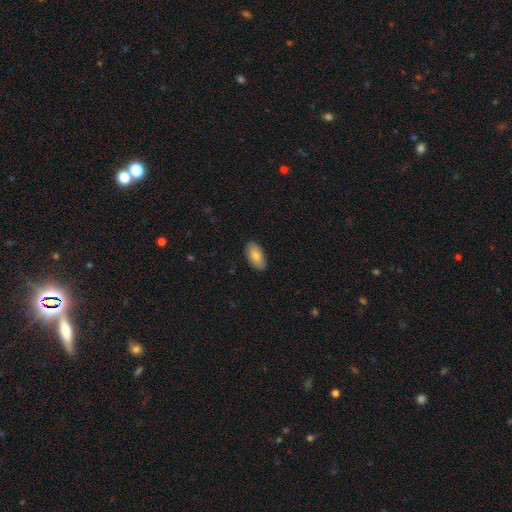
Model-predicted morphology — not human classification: smooth 82%, featured or disk 12%, star or artifact 6%. Down the decision tree: how rounded — in between (93%); merging — none (88%).